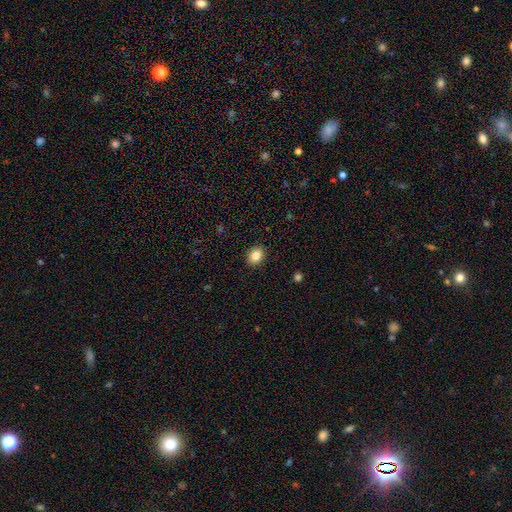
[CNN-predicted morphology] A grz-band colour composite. It shows a smooth galaxy with no disk features (85%) that is in between round and cigar-shaped (56%). Merging: none (90%).